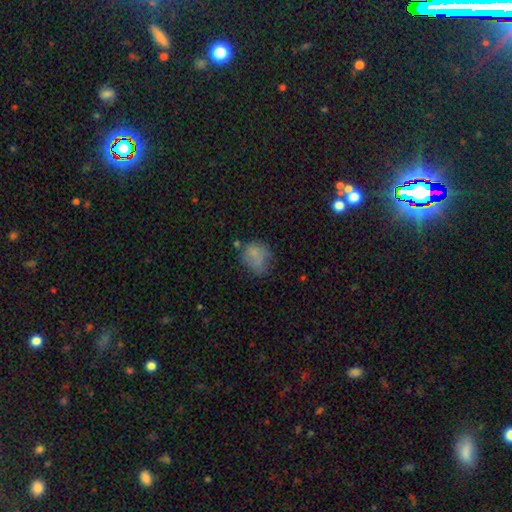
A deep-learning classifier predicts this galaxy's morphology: smooth-or-featured: smooth: 74% | featured or disk: 14% | star or artifact: 12%
  how-rounded: round: 60% | in between: 39% | cigar-shaped: 1%
  merging: none: 48% | minor disturbance: 29% | major disturbance: 16% | merger: 7%